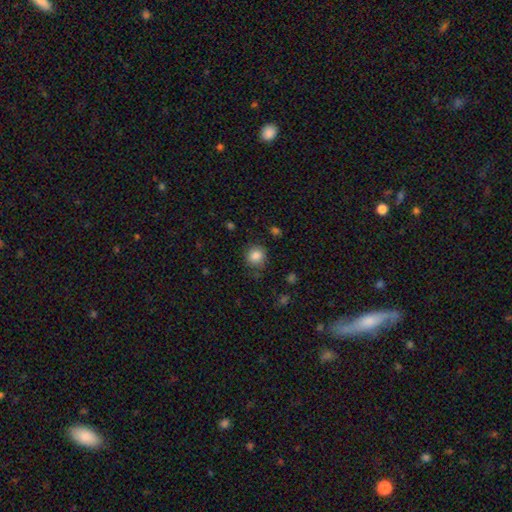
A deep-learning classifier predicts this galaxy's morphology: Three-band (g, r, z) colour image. It shows a smooth galaxy with no disk features (85%) that is round (88%). Merging: none (82%).